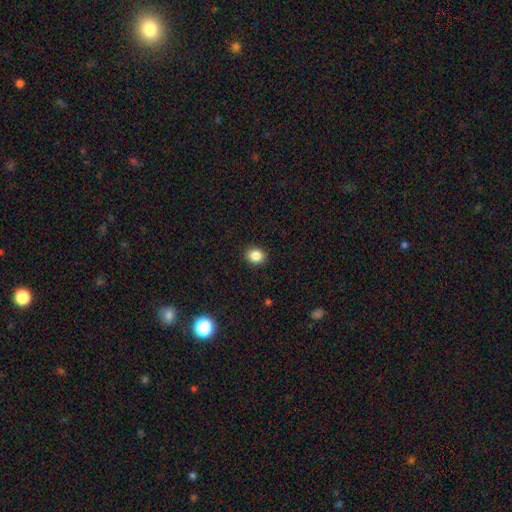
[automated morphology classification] smooth-or-featured: smooth: 86% | star or artifact: 10% | featured or disk: 4%
  how-rounded: round: 70% | in between: 29% | cigar-shaped: 1%
  merging: none: 91% | minor disturbance: 6% | major disturbance: 2% | merger: 1%